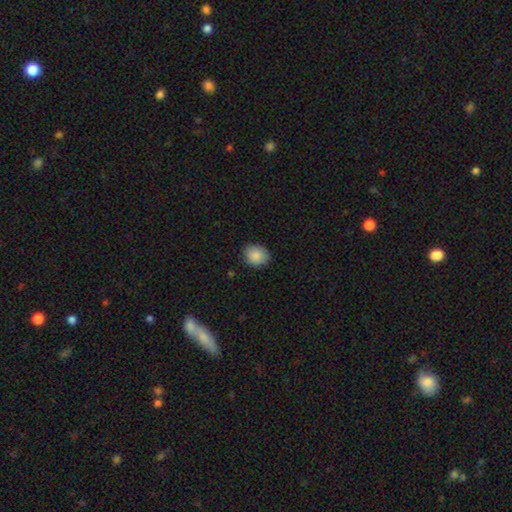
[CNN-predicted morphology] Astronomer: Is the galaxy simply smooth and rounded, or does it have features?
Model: smooth — 87%.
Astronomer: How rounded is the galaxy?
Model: round — 63%.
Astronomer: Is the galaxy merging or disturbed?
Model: none — 84%.